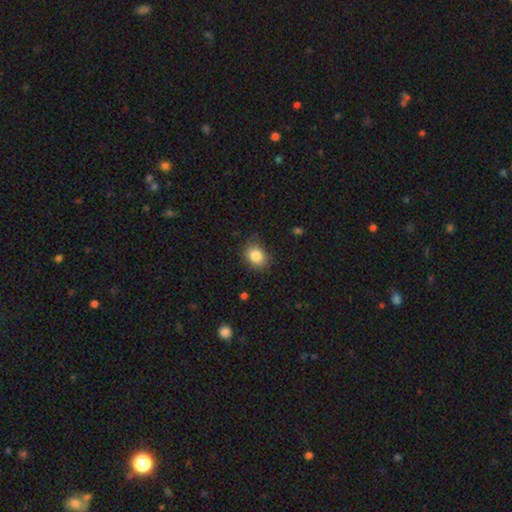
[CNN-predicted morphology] Smooth or featured? Predicted: smooth (p=0.86). How rounded? Predicted: in between (p=0.54). Merging? Predicted: none (p=0.80).